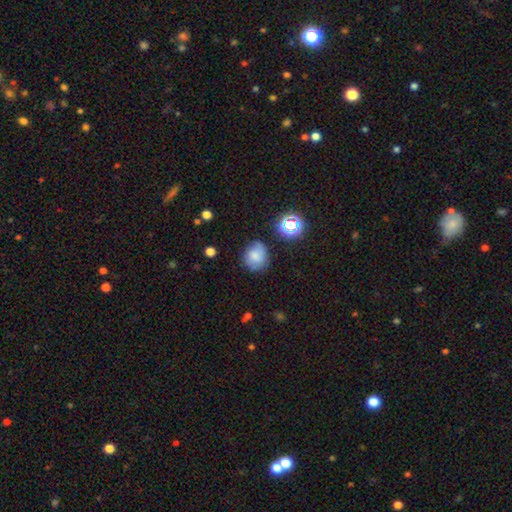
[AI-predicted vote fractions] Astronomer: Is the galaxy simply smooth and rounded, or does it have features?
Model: smooth — 70%.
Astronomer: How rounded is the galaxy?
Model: round — 72%.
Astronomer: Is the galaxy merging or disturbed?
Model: none — 69%.